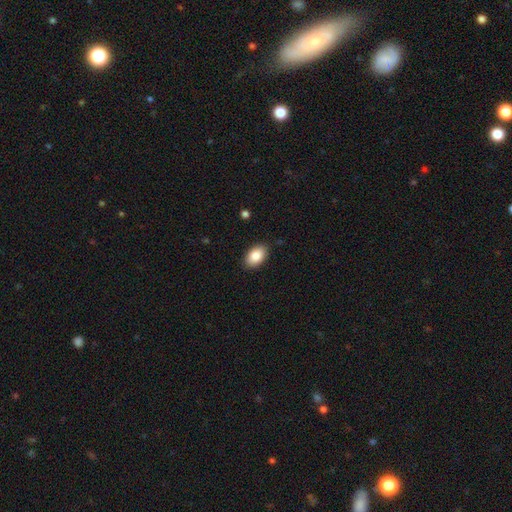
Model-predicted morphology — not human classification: This appears to be a smooth galaxy with no disk features (86%) that is in between round and cigar-shaped (92%). Merging: none (87%).